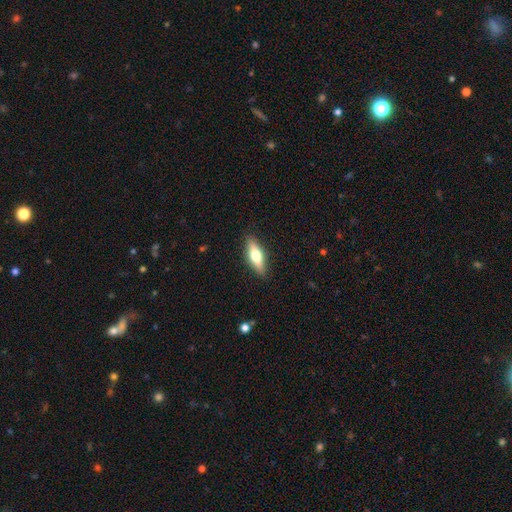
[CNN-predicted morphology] Smooth or featured?
  - smooth: 55% *
  - featured or disk: 39%
  - star or artifact: 6%
How rounded?
  - in between: 50% *
  - cigar-shaped: 47%
  - round: 3%
Merging?
  - none: 88% *
  - minor disturbance: 9%
  - major disturbance: 2%
  - merger: 1%